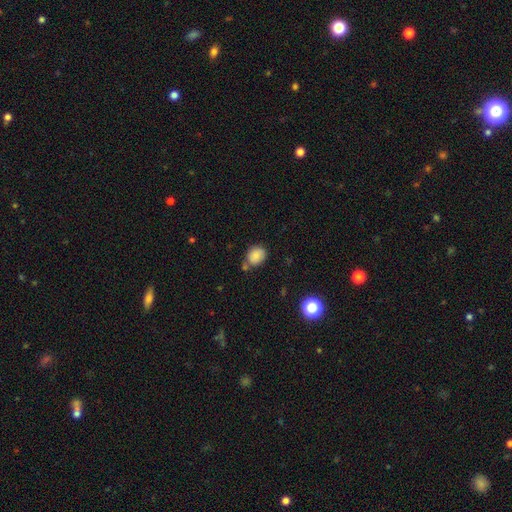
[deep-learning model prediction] smooth_or_featured: smooth (p=0.83) [alt: star or artifact p=0.10]
how_rounded: round (p=0.57) [alt: in between p=0.42]
merging: none (p=0.62) [alt: minor disturbance p=0.19]